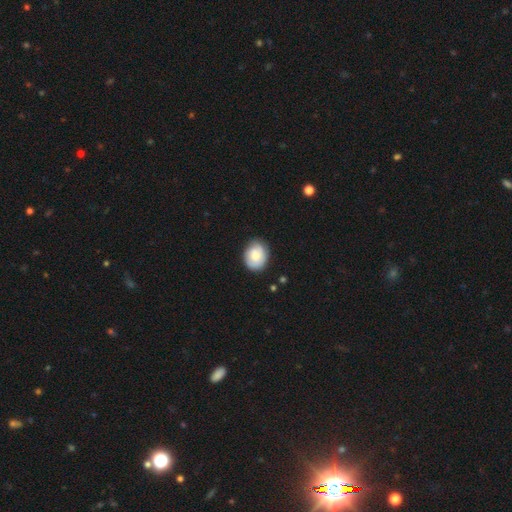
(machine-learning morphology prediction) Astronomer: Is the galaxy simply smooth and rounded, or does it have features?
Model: smooth — 73%.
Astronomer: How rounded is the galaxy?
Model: round — 53% (runner-up: in between, 47%).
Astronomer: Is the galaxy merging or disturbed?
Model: none — 77%.